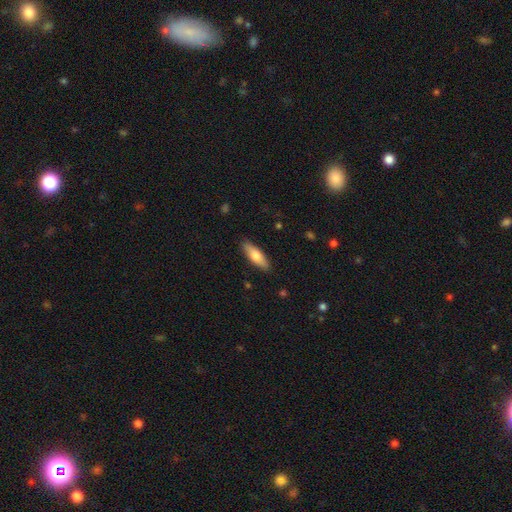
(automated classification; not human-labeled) smooth-or-featured: smooth: 72% | featured or disk: 23% | star or artifact: 6%
  how-rounded: in between: 55% | cigar-shaped: 43% | round: 2%
  merging: none: 88% | minor disturbance: 9% | major disturbance: 2% | merger: 1%